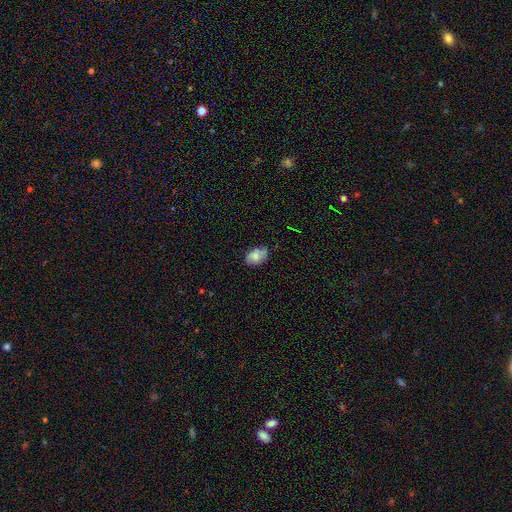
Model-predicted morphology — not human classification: type=smooth (77%); roundness=in between (87%); merging=none (72%).